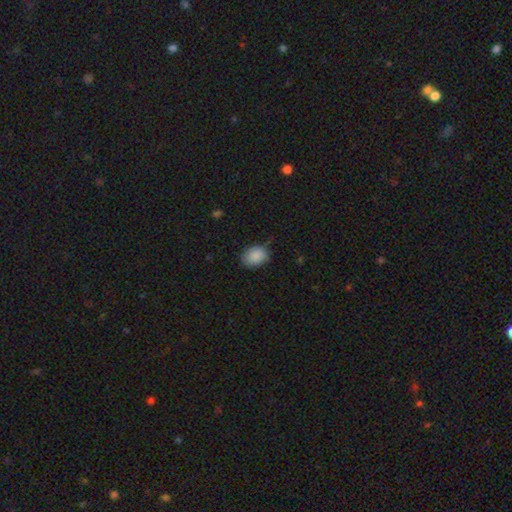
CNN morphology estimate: smooth_or_featured: smooth (p=0.89) [alt: star or artifact p=0.07]
how_rounded: in between (p=0.69) [alt: round p=0.30]
merging: none (p=0.74) [alt: minor disturbance p=0.21]